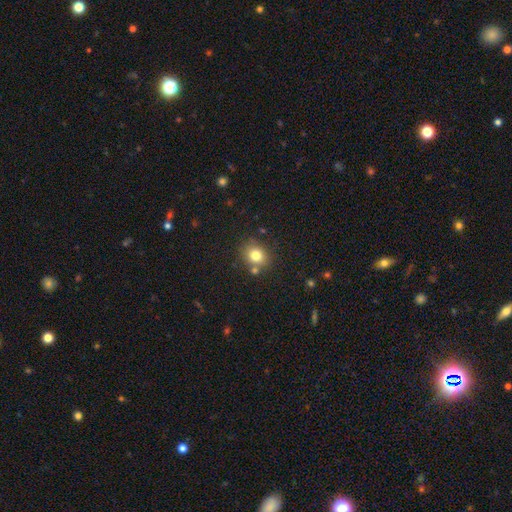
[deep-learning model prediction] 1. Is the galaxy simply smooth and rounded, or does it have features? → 79% smooth, 12% star or artifact, 9% featured or disk.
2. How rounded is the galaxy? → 72% round, 27% in between, 1% cigar-shaped.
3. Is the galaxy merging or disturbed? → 72% none, 13% merger, 11% minor disturbance, 3% major disturbance.